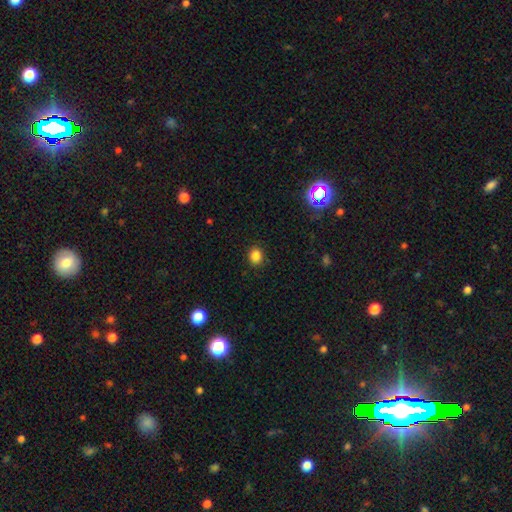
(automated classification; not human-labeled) The model was most divided on "how rounded": round: 69%, in between: 30%, cigar-shaped: 1%. More confident: merging — none (89%); smooth or featured — smooth (85%).